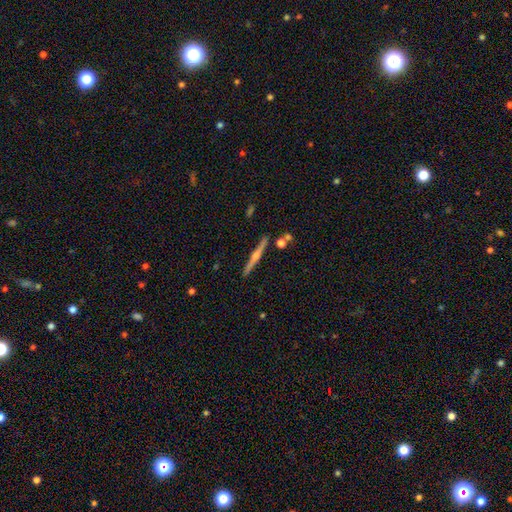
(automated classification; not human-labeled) Smooth or featured?
  - featured or disk: 76% *
  - smooth: 17%
  - star or artifact: 6%
Edge-on disk?
  - yes: 98% *
  - no: 2%
Edge-on bulge?
  - rounded: 82% *
  - none: 10%
  - boxy: 7%
Merging?
  - none: 90% *
  - minor disturbance: 6%
  - merger: 3%
  - major disturbance: 1%